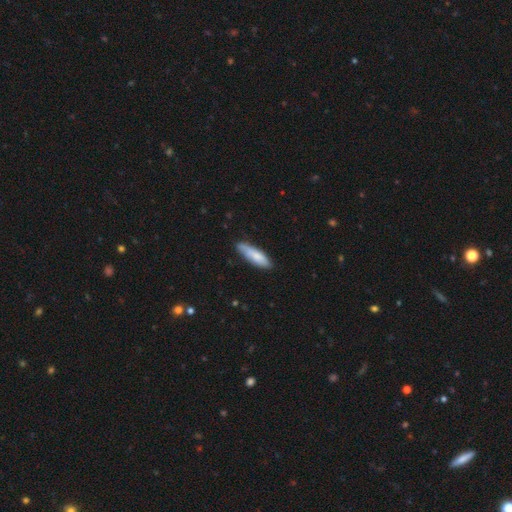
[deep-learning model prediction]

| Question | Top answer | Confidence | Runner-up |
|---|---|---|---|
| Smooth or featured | smooth | 78% | featured or disk (16%) |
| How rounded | cigar-shaped | 60% | in between (38%) |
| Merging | none | 74% | minor disturbance (21%) |